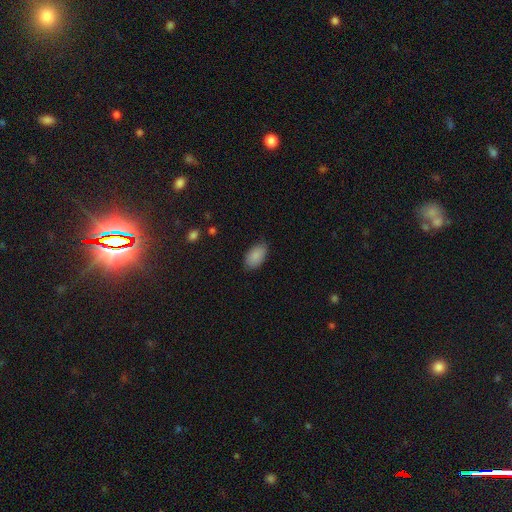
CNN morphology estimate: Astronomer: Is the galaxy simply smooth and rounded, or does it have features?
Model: smooth — 89%.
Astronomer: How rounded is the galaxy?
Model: in between — 94%.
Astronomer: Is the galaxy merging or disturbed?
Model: none — 82%.